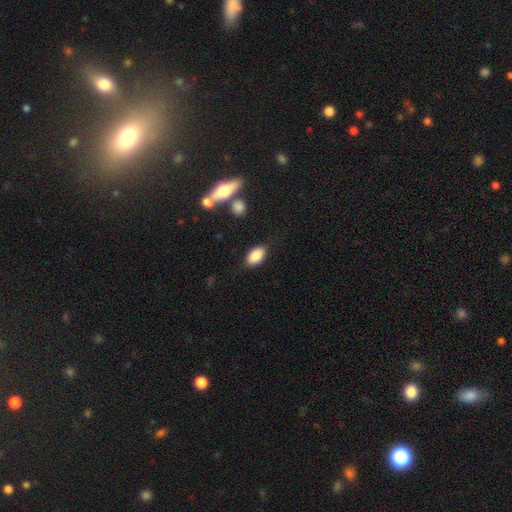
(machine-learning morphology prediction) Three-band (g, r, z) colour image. It shows a smooth galaxy with no disk features (87%) that is in between round and cigar-shaped (90%). Merging: none (81%).